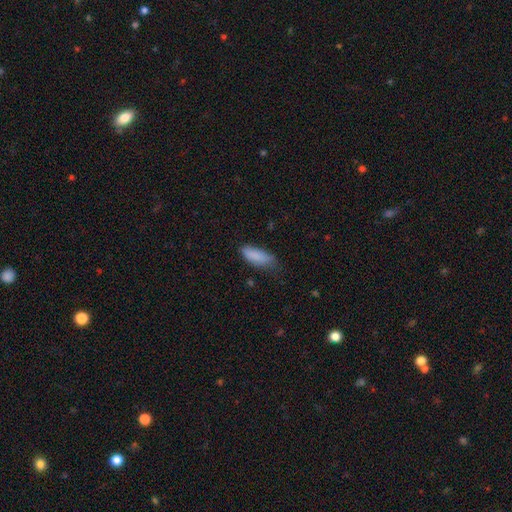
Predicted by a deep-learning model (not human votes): A smooth galaxy with no disk features (86%) that is in between round and cigar-shaped (70%).

Vote fractions:
- Smooth or featured? smooth: 86% / star or artifact: 7% / featured or disk: 7%
- How rounded? in between: 70% / cigar-shaped: 28% / round: 2%
- Merging? none: 53% / minor disturbance: 36% / major disturbance: 9% / merger: 2%